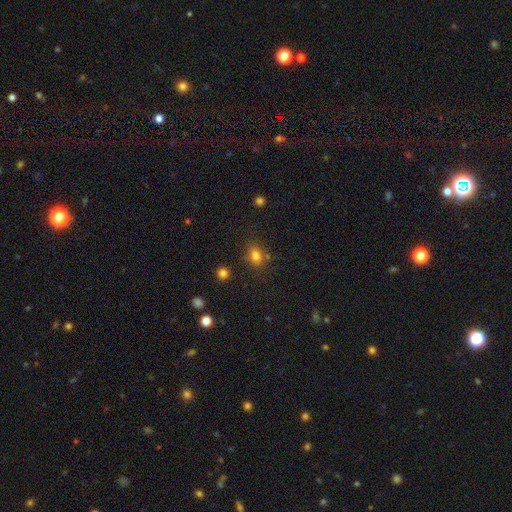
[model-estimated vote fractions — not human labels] Smooth or featured? smooth (78%)
How rounded? round (52%)
Merging? none (75%)